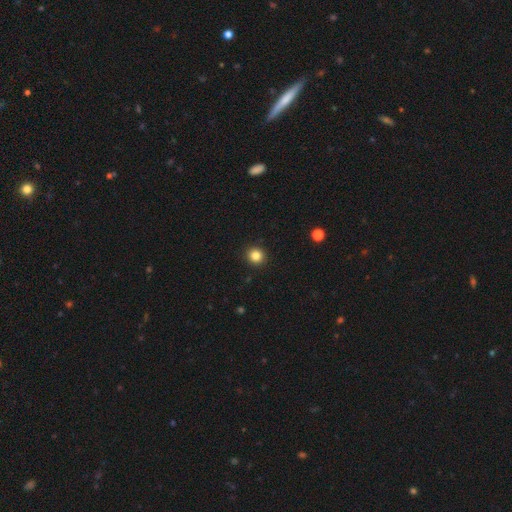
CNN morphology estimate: Smooth or featured? smooth (84%)
How rounded? round (92%)
Merging? none (93%)